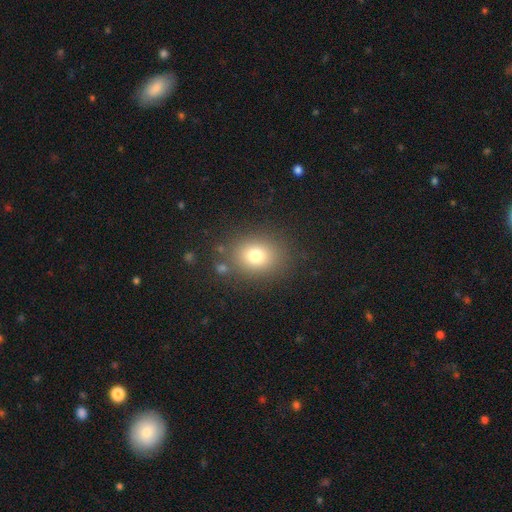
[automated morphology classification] The model was most divided on "how rounded": round: 60%, in between: 39%, cigar-shaped: 1%. More confident: merging — none (82%); smooth or featured — smooth (76%).